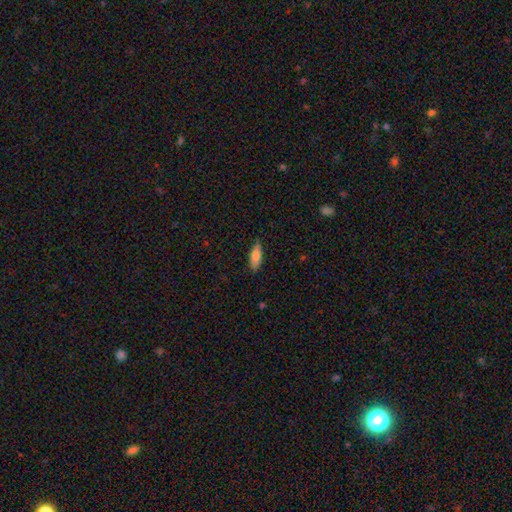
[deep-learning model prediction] Smooth or featured? Predicted: smooth (p=0.82). How rounded? Predicted: in between (p=0.69). Merging? Predicted: none (p=0.82).